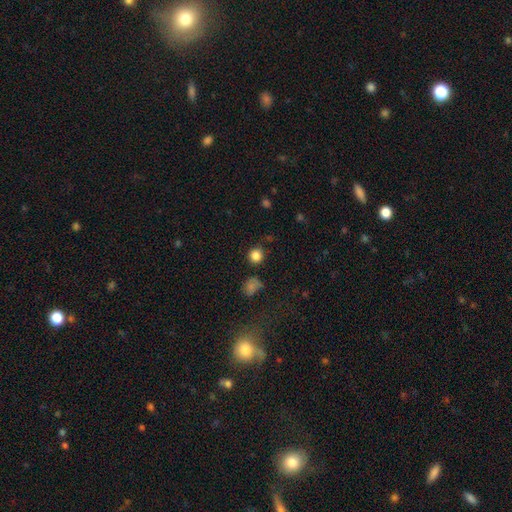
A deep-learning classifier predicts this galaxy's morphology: Q: Smooth or featured?
A: smooth (83%); runner-up: star or artifact (12%)
Q: How rounded?
A: round (90%); runner-up: in between (9%)
Q: Merging?
A: none (82%); runner-up: minor disturbance (11%)